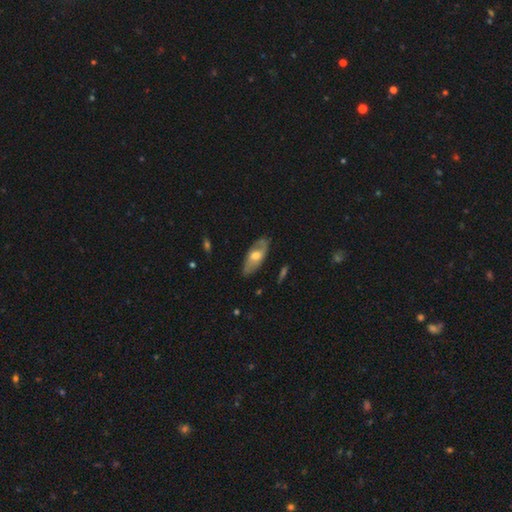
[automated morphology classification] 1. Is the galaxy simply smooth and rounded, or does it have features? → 48% featured or disk, 46% smooth, 6% star or artifact.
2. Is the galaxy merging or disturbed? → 77% none, 17% minor disturbance, 4% major disturbance, 1% merger.